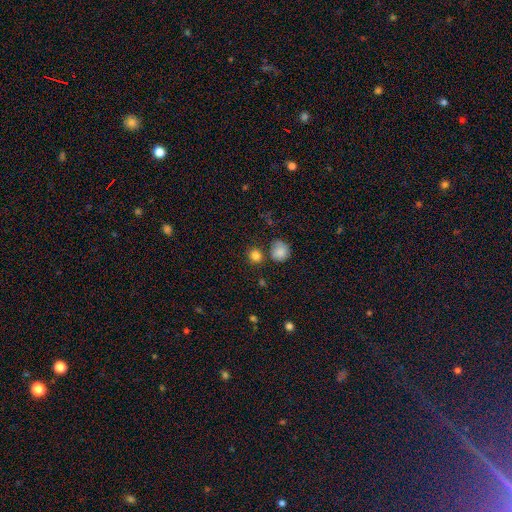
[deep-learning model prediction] Smooth or featured? Predicted: smooth (p=0.84). How rounded? Predicted: round (p=0.86). Merging? Predicted: none (p=0.74).